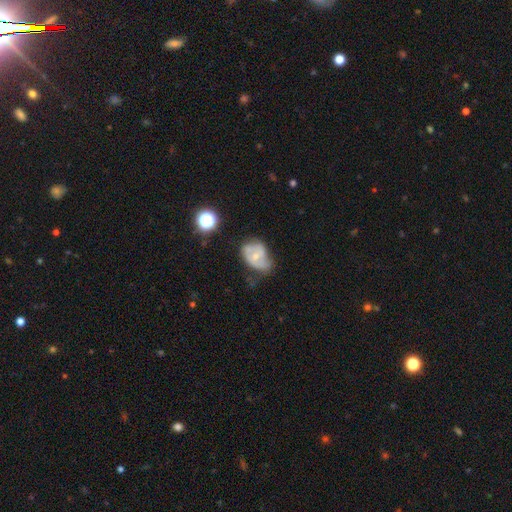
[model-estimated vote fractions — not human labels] featured or disk 52%, smooth 39%, star or artifact 9%. Down the decision tree: edge-on disk — no (96%); bar — no (63%); spiral arms — yes (58%); bulge size — small (55%); merging — minor disturbance (37%).